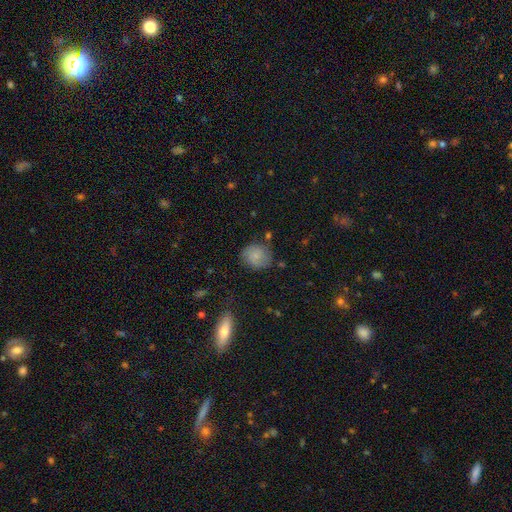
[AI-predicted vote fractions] smooth-or-featured: smooth: 75% | featured or disk: 16% | star or artifact: 9%
  how-rounded: round: 77% | in between: 22% | cigar-shaped: 1%
  merging: none: 72% | minor disturbance: 19% | major disturbance: 6% | merger: 3%